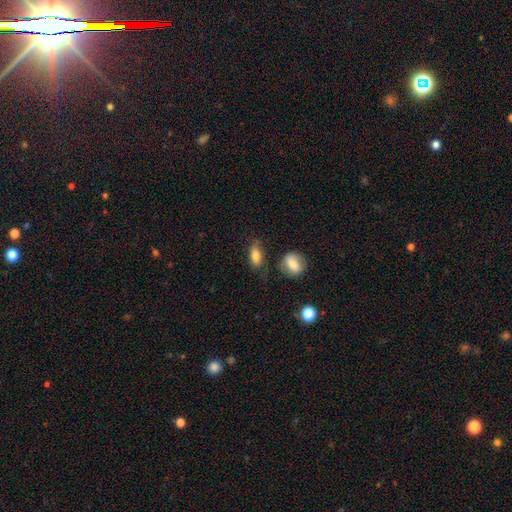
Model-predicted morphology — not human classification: Smooth or featured?
  - smooth: 81% *
  - featured or disk: 12%
  - star or artifact: 8%
How rounded?
  - in between: 82% *
  - cigar-shaped: 12%
  - round: 6%
Merging?
  - none: 67% *
  - minor disturbance: 19%
  - merger: 7%
  - major disturbance: 6%